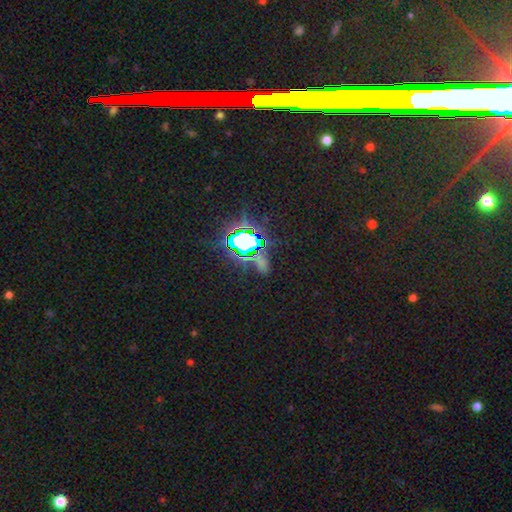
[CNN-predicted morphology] type=star or artifact (74%).